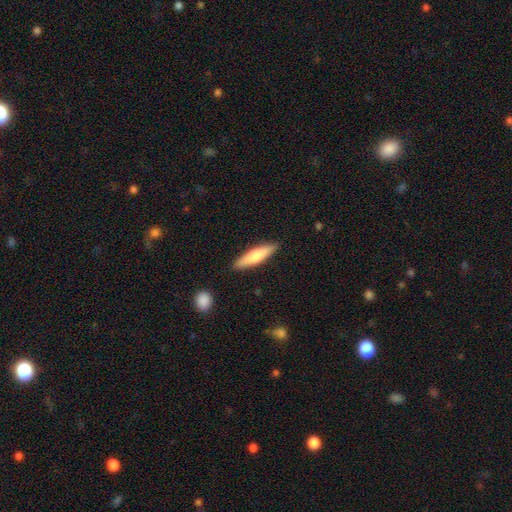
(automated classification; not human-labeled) Smooth or featured?
  - smooth: 65% *
  - featured or disk: 30%
  - star or artifact: 5%
How rounded?
  - cigar-shaped: 75% *
  - in between: 23%
  - round: 2%
Merging?
  - none: 88% *
  - minor disturbance: 8%
  - major disturbance: 2%
  - merger: 2%